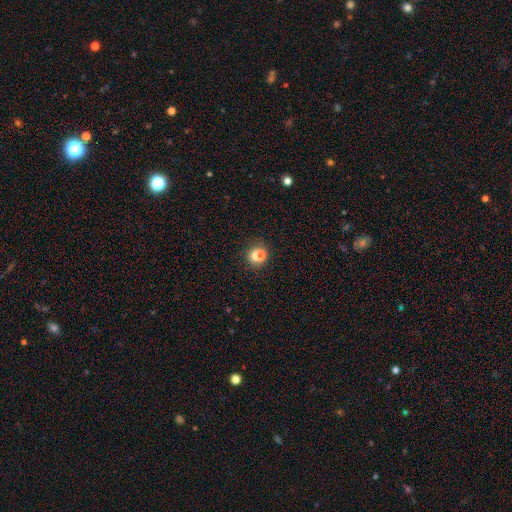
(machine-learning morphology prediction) Smooth or featured: smooth — 72% (featured or disk — 15%)
How rounded: round — 70% (in between — 29%)
Merging: none — 53% (merger — 32%)